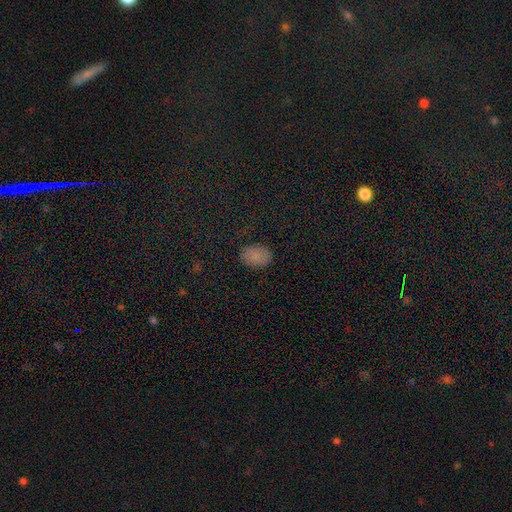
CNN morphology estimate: Smooth or featured? smooth (79%)
How rounded? in between (78%)
Merging? none (81%)